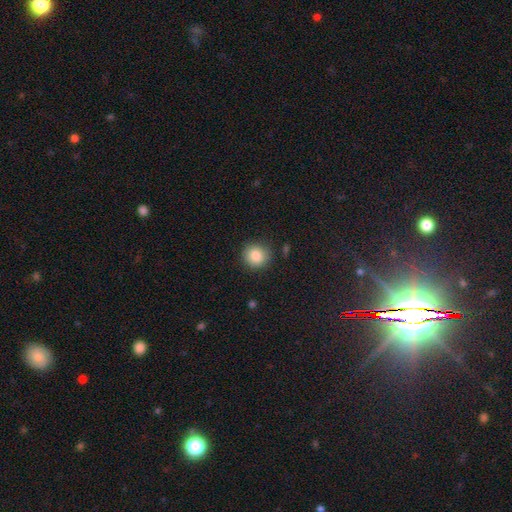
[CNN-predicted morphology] Smooth or featured? smooth (86%)
How rounded? round (90%)
Merging? none (85%)